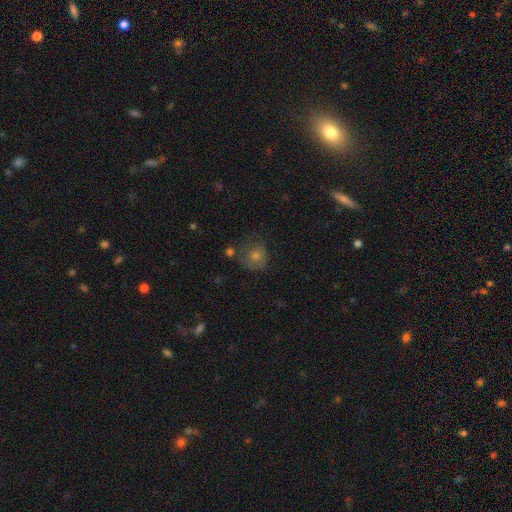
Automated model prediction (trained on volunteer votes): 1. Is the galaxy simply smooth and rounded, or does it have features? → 54% smooth, 23% featured or disk, 22% star or artifact.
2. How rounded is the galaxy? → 83% round, 16% in between, 1% cigar-shaped.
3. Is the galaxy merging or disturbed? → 64% none, 19% minor disturbance, 11% major disturbance, 6% merger.